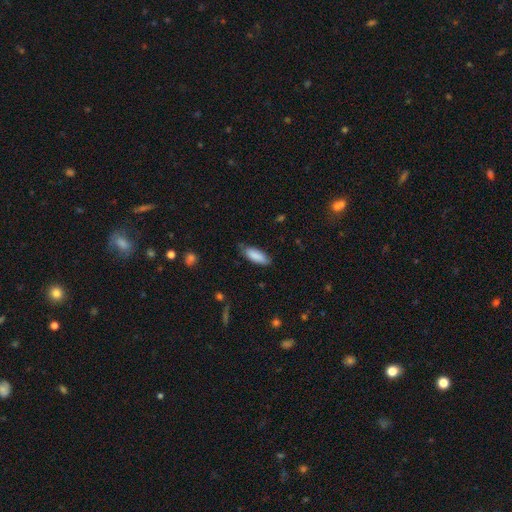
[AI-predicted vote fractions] Smooth or featured?
  - smooth: 88% *
  - featured or disk: 6%
  - star or artifact: 6%
How rounded?
  - in between: 69% *
  - cigar-shaped: 30%
  - round: 1%
Merging?
  - none: 76% *
  - minor disturbance: 20%
  - major disturbance: 3%
  - merger: 2%